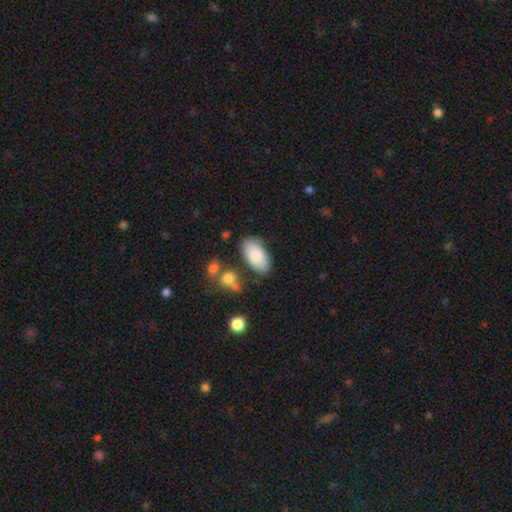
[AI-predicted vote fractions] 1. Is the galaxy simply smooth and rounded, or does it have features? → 84% smooth, 10% featured or disk, 6% star or artifact.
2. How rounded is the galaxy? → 95% in between, 3% cigar-shaped, 3% round.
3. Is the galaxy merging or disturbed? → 77% none, 14% minor disturbance, 5% merger, 4% major disturbance.